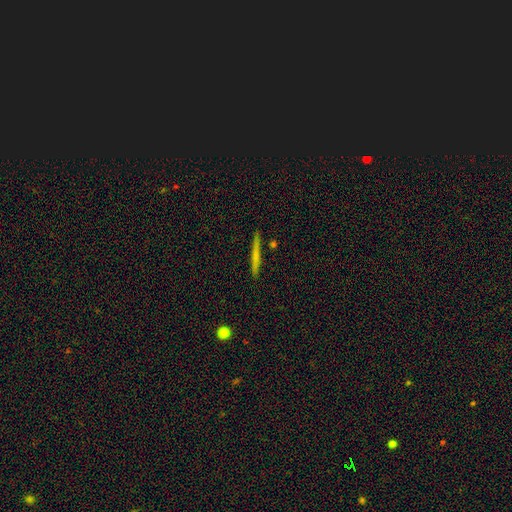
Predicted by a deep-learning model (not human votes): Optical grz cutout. It shows a smooth galaxy with no disk features (55%) that is cigar-shaped (96%). Merging: none (90%).